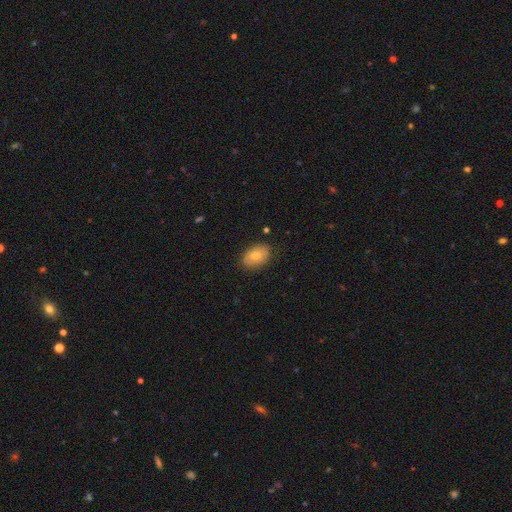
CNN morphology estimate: Smooth or featured: smooth — 67% (featured or disk — 24%)
How rounded: in between — 82% (round — 17%)
Merging: none — 84% (minor disturbance — 12%)